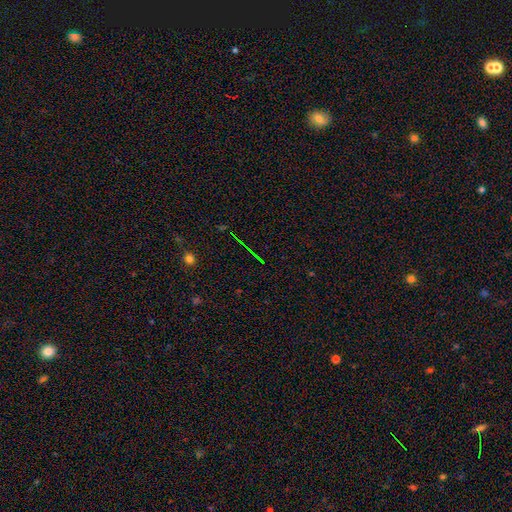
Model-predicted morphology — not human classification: Smooth or featured? star or artifact (71%)